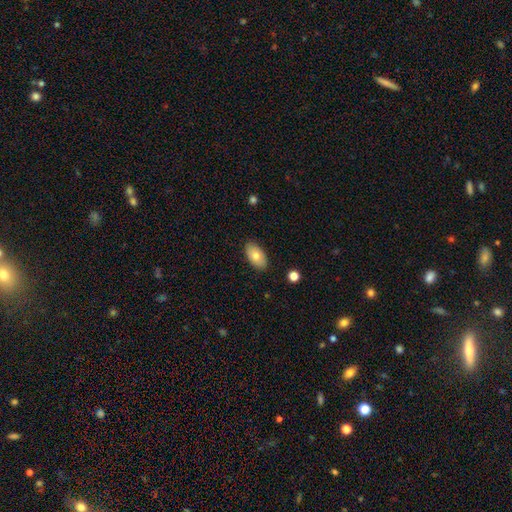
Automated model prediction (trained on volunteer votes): A smooth galaxy with no disk features (78%) that is in between round and cigar-shaped (94%). Merging: none (87%).